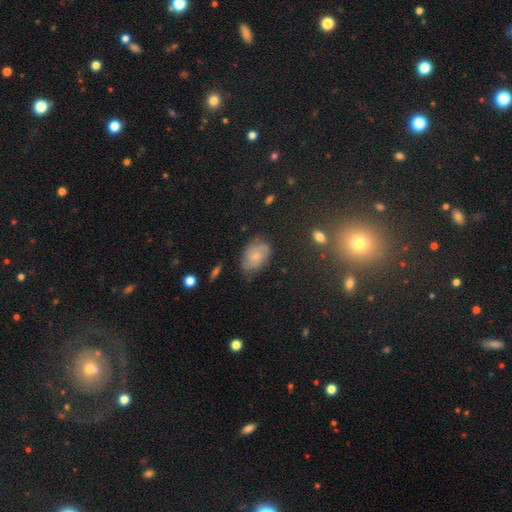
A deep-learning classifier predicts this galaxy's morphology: Smooth or featured? Predicted: featured or disk (p=0.49). Merging? Predicted: none (p=0.67).